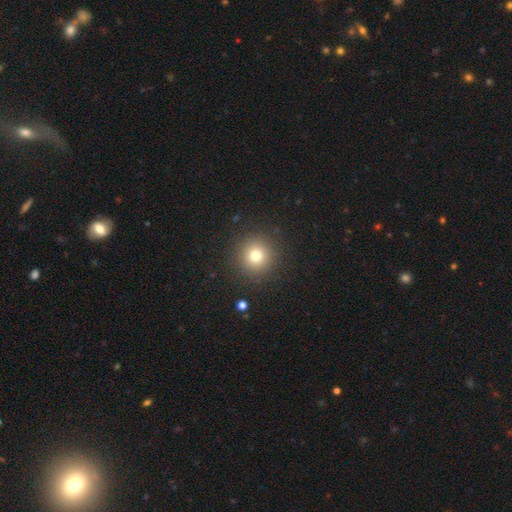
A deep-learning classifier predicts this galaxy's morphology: Q: Smooth or featured?
A: smooth (77%); runner-up: star or artifact (15%)
Q: How rounded?
A: round (94%); runner-up: in between (5%)
Q: Merging?
A: none (90%); runner-up: minor disturbance (6%)